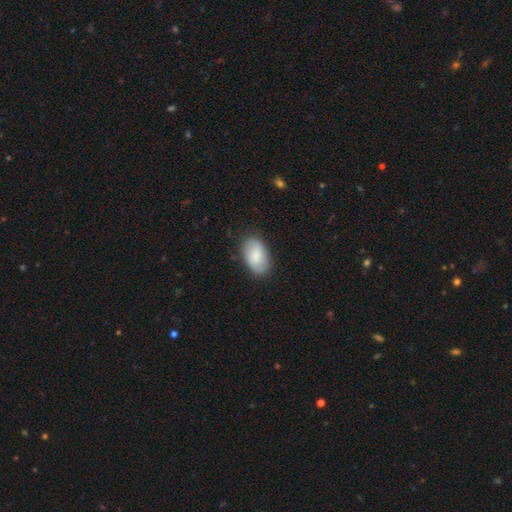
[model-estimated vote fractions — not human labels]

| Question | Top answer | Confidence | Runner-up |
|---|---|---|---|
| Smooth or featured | smooth | 79% | featured or disk (15%) |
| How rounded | in between | 93% | round (5%) |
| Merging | none | 82% | minor disturbance (13%) |